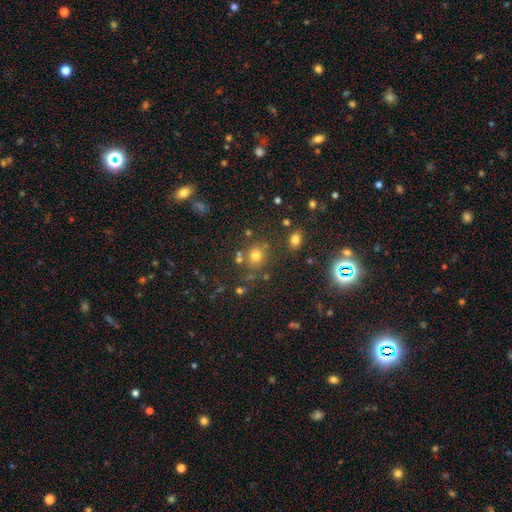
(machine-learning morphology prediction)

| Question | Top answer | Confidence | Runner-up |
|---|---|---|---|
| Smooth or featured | smooth | 70% | star or artifact (21%) |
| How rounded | round | 82% | in between (17%) |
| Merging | none | 73% | minor disturbance (11%) |